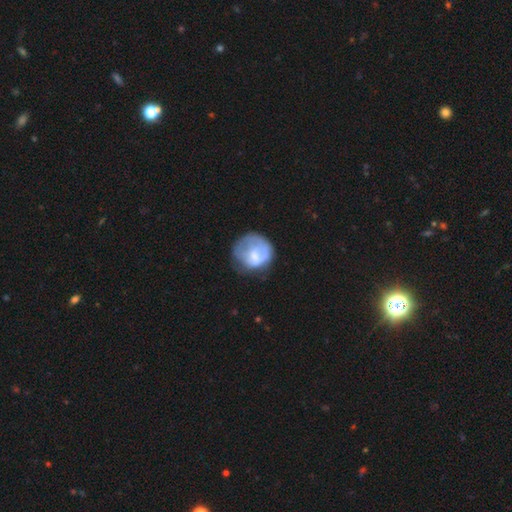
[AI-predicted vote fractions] This appears to be a smooth galaxy with no disk features (53%) that is round (80%). Merging: none (44%).